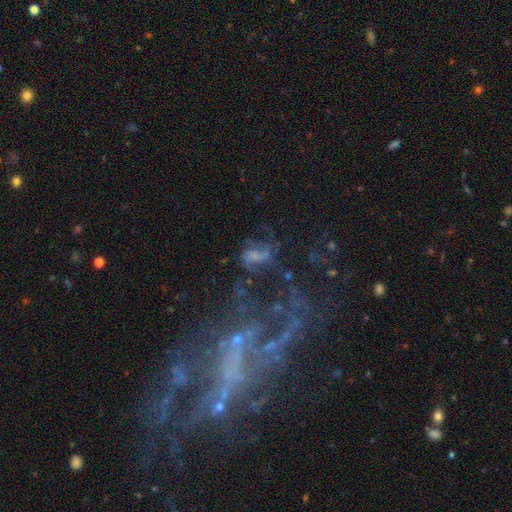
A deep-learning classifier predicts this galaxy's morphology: Smooth or featured? featured or disk (60%)
Edge-on disk? no (97%)
Bar? no (42%)
Spiral arms? yes (82%)
Bulge size? small (38%)
Merging? none (41%)